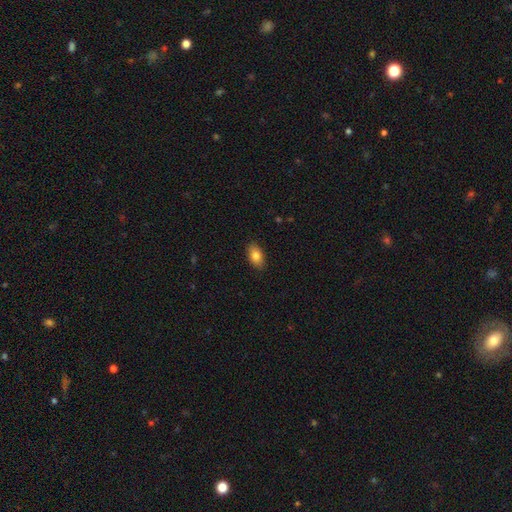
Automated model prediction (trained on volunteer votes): smooth_or_featured: smooth (p=0.83) [alt: featured or disk p=0.09]
how_rounded: in between (p=0.91) [alt: round p=0.07]
merging: none (p=0.88) [alt: minor disturbance p=0.09]